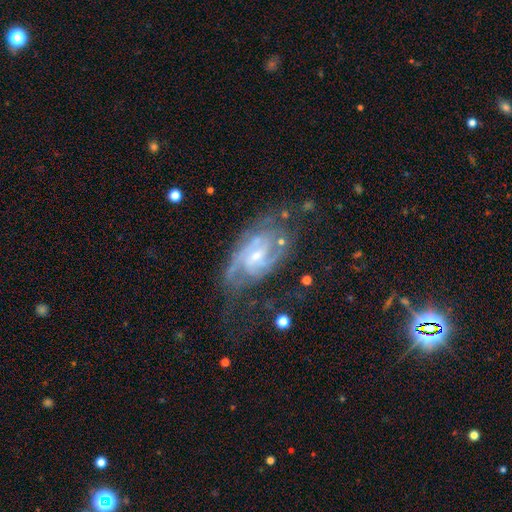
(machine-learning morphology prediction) Smooth or featured? featured or disk (86%)
Edge-on disk? no (96%)
Bar? weak (47%)
Spiral arms? yes (95%)
Spiral winding? tight (45%)
Spiral arm count? 2 (45%)
Bulge size? small (65%)
Merging? none (55%)